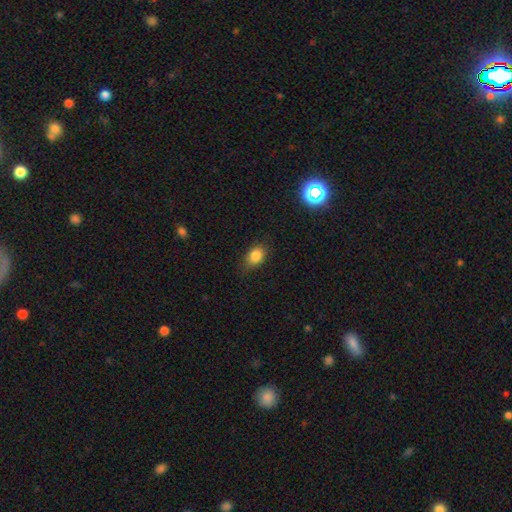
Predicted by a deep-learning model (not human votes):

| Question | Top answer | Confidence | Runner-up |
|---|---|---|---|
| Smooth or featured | smooth | 83% | star or artifact (10%) |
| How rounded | in between | 71% | round (28%) |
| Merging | none | 75% | minor disturbance (19%) |